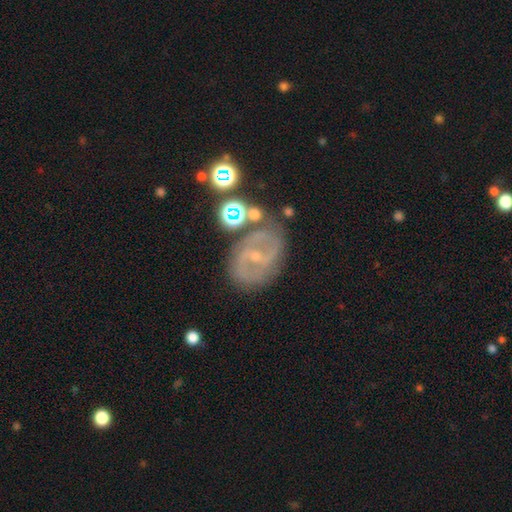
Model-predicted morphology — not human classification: Q: Smooth or featured?
A: featured or disk (77%); runner-up: smooth (12%)
Q: Edge-on disk?
A: no (97%); runner-up: yes (3%)
Q: Bar?
A: weak (48%); runner-up: no (27%)
Q: Spiral arms?
A: yes (87%); runner-up: no (13%)
Q: Spiral winding?
A: medium (45%); runner-up: tight (38%)
Q: Spiral arm count?
A: 2 (71%); runner-up: can't tell (17%)
Q: Bulge size?
A: small (78%); runner-up: moderate (17%)
Q: Merging?
A: none (67%); runner-up: minor disturbance (18%)